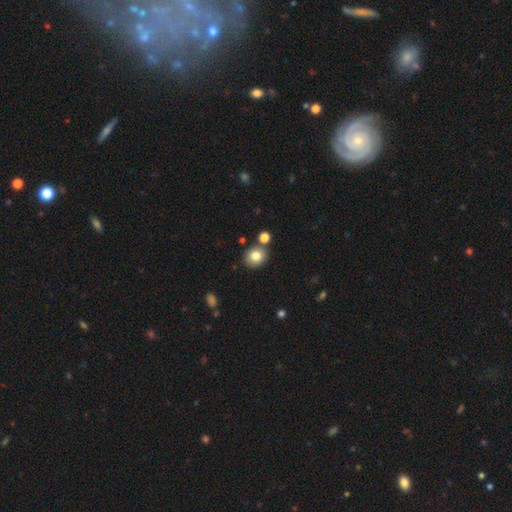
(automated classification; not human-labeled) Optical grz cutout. It shows a smooth galaxy with no disk features (81%) that is round (66%). Merging: none (76%).